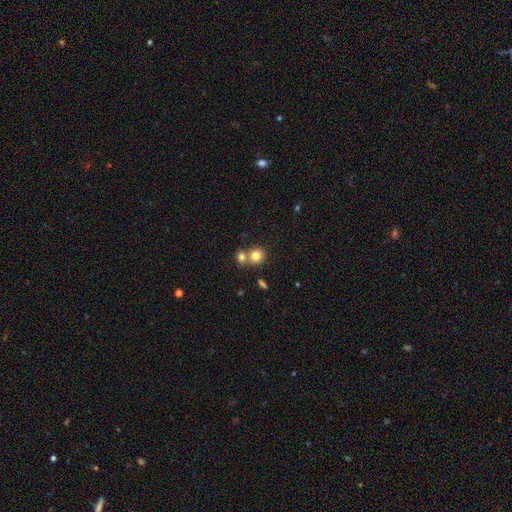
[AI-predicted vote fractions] Q: Smooth or featured?
A: smooth (80%); runner-up: star or artifact (11%)
Q: How rounded?
A: round (81%); runner-up: in between (18%)
Q: Merging?
A: none (47%); runner-up: merger (43%)